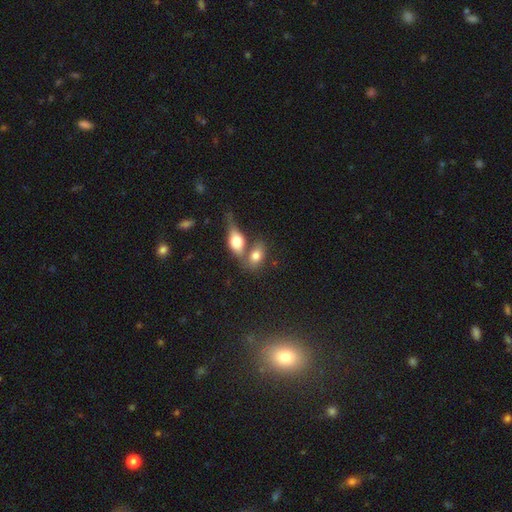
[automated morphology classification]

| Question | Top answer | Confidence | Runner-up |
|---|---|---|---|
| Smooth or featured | smooth | 74% | featured or disk (17%) |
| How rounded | in between | 80% | round (16%) |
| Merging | merger | 55% | none (30%) |